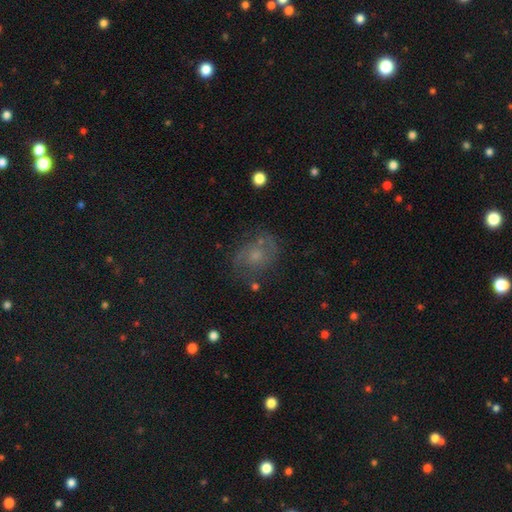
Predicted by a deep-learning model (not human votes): This is possibly a featured or disk galaxy (53%). It is clearly not viewed edge-on (97%). Bar: likely no (75%). Spiral arm pattern: likely yes (80%). Central bulge: possibly small (47%). Merging: likely none (67%).